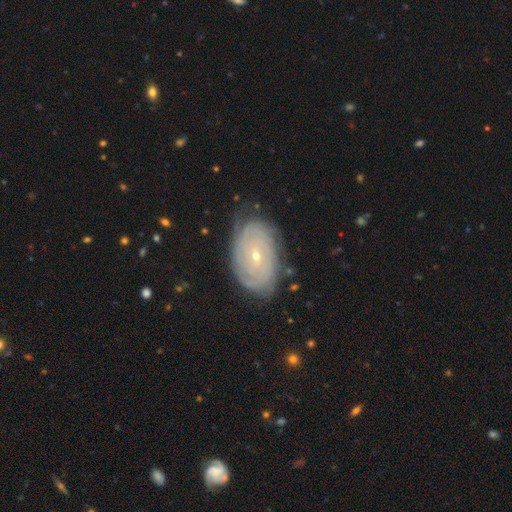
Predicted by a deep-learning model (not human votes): Smooth or featured? featured or disk (74%)
Edge-on disk? no (94%)
Bar? no (76%)
Spiral arms? yes (87%)
Spiral winding? tight (81%)
Spiral arm count? can't tell (52%)
Bulge size? small (72%)
Merging? none (79%)